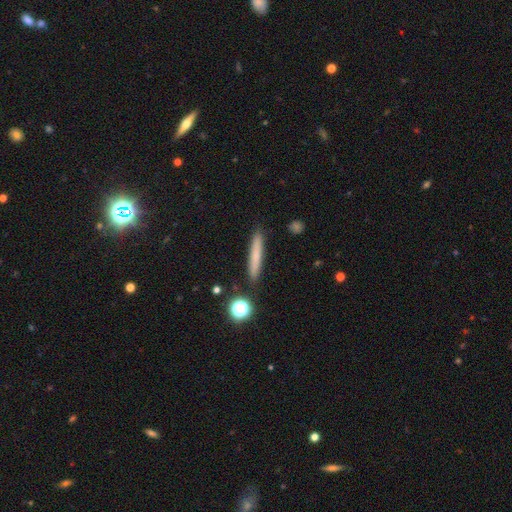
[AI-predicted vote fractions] Q: Smooth or featured?
A: smooth (71%); runner-up: featured or disk (20%)
Q: How rounded?
A: cigar-shaped (94%); runner-up: in between (4%)
Q: Merging?
A: none (89%); runner-up: minor disturbance (7%)